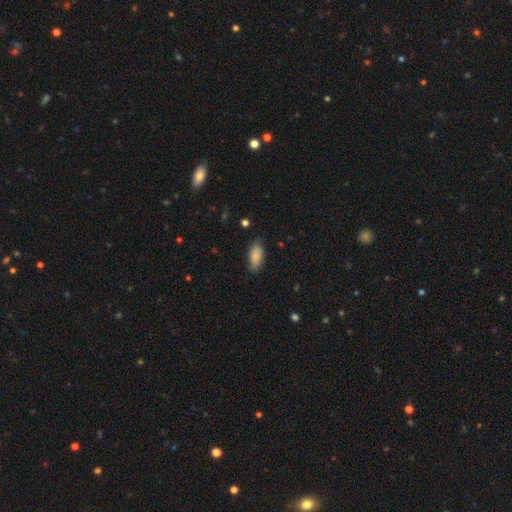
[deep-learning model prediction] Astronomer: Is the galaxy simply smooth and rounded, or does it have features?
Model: smooth — 86%.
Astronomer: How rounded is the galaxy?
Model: in between — 87%.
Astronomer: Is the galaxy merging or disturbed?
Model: none — 76%.